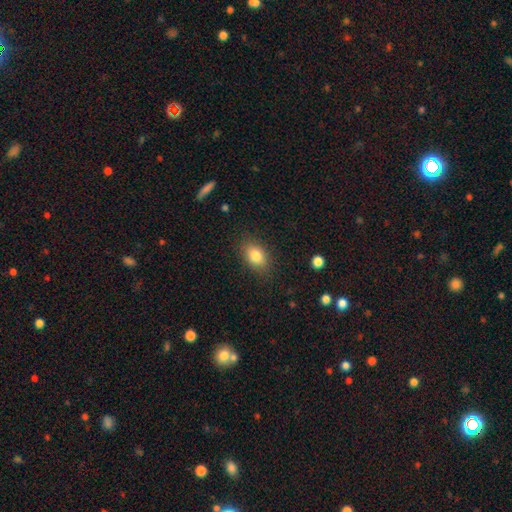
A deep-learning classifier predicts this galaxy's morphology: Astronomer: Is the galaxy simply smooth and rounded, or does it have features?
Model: smooth — 82%.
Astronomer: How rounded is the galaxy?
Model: in between — 83%.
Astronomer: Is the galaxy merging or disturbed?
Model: none — 85%.